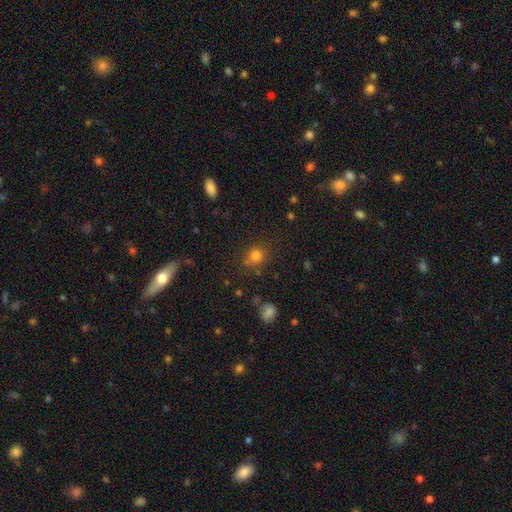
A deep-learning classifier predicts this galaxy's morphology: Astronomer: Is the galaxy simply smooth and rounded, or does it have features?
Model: smooth — 77%.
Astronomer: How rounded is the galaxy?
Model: round — 77%.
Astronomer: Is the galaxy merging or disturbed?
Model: none — 71%.